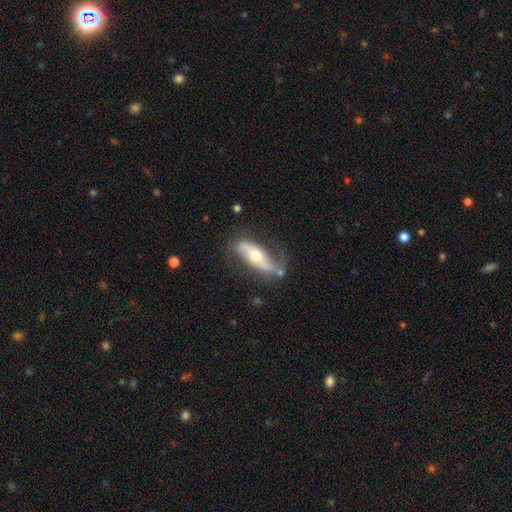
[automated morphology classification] smooth-or-featured: featured or disk: 70% | smooth: 24% | star or artifact: 5%
  disk-edge-on: no: 76% | yes: 24%
    bar: no: 47% | strong: 30% | weak: 23%
    has-spiral-arms: yes: 81% | no: 19%
    bulge-size: moderate: 68% | small: 22% | large: 7% | dominant: 1% | none: 1%
  merging: none: 61% | minor disturbance: 23% | major disturbance: 11% | merger: 5%